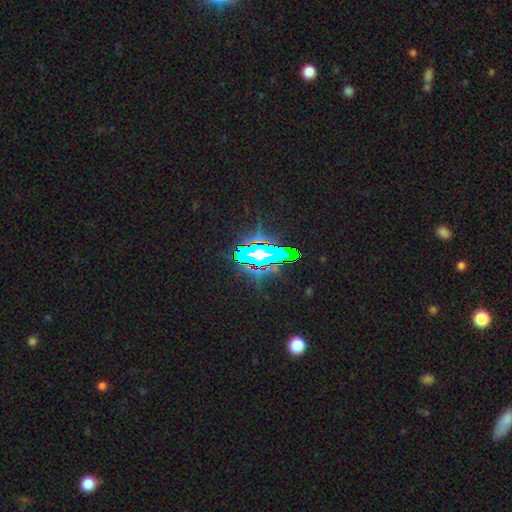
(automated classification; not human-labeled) star or artifact 60%, featured or disk 21%, smooth 20%.